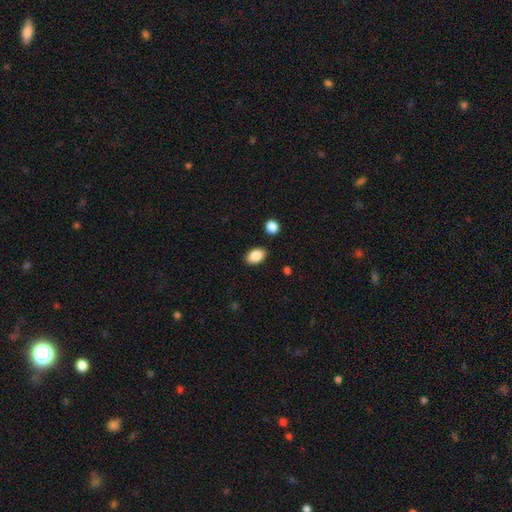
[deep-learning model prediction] smooth 88%, star or artifact 8%, featured or disk 5%. Down the decision tree: how rounded — in between (90%); merging — none (86%).